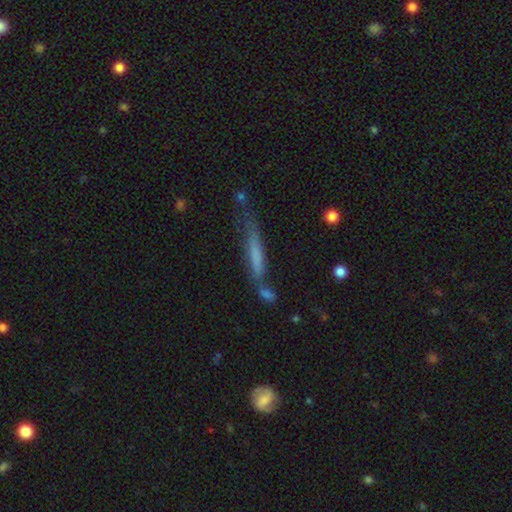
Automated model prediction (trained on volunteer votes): smooth 55%, featured or disk 36%, star or artifact 9%. Down the decision tree: how rounded — cigar-shaped (92%); merging — none (51%).